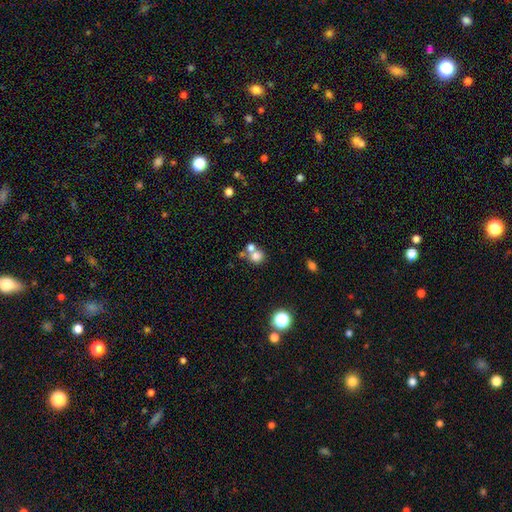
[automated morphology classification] This appears to be a smooth galaxy with no disk features (76%) that is round (81%). Merging: none (46%).